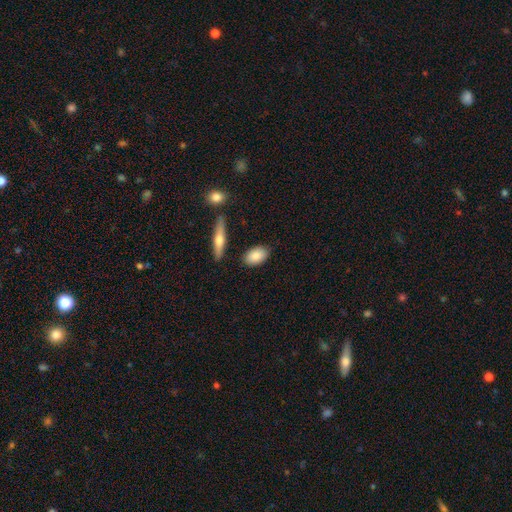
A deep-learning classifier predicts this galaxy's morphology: smooth_or_featured: smooth (p=0.86) [alt: featured or disk p=0.09]
how_rounded: in between (p=0.90) [alt: round p=0.06]
merging: none (p=0.84) [alt: minor disturbance p=0.11]